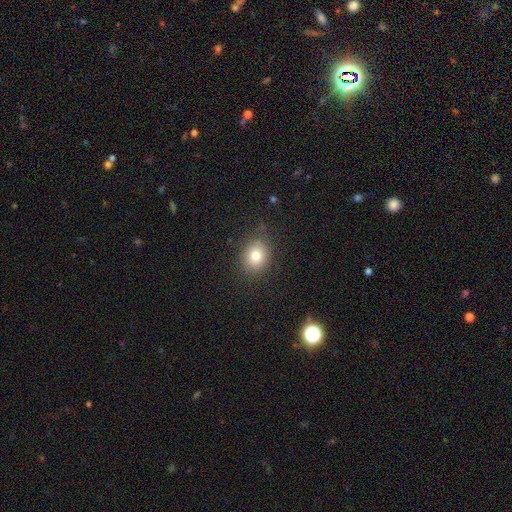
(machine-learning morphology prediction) This appears to be a smooth galaxy with no disk features (78%) that is round (58%). Merging: none (83%).